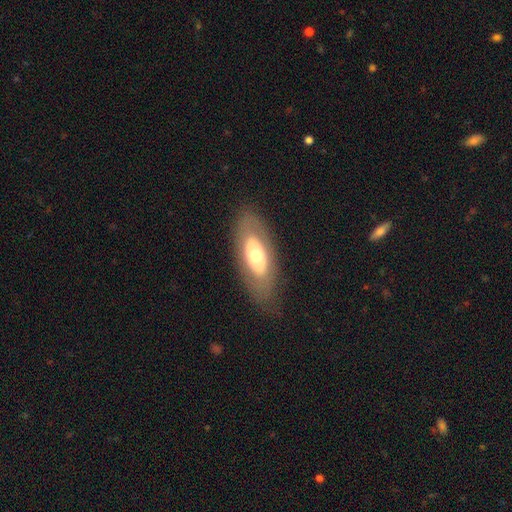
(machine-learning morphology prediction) Q: Smooth or featured?
A: featured or disk (48%); runner-up: smooth (46%)
Q: Merging?
A: none (78%); runner-up: minor disturbance (14%)